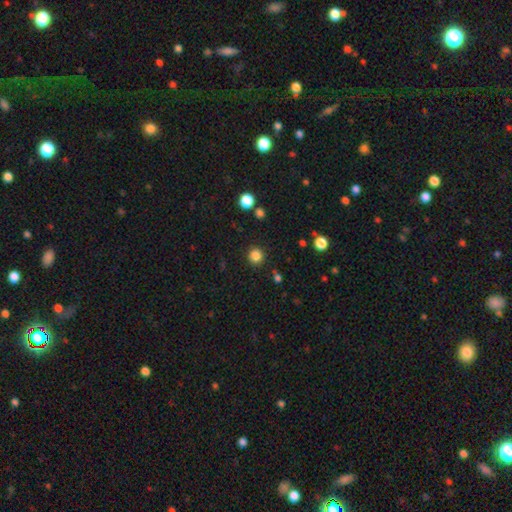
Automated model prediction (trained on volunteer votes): This appears to be a smooth galaxy with no disk features (84%) that is round (93%). Merging: none (90%).